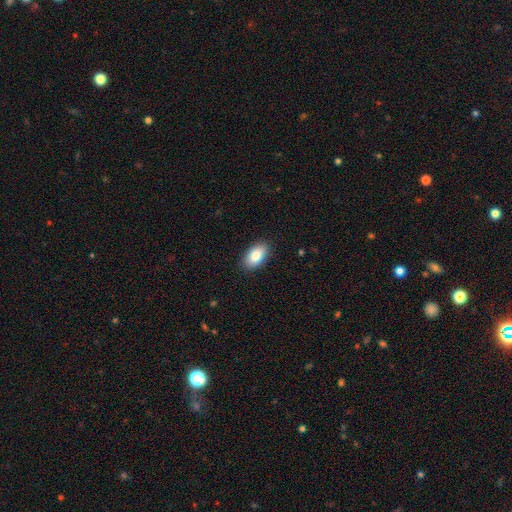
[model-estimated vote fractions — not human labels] Smooth or featured? Predicted: smooth (p=0.84). How rounded? Predicted: in between (p=0.94). Merging? Predicted: none (p=0.88).